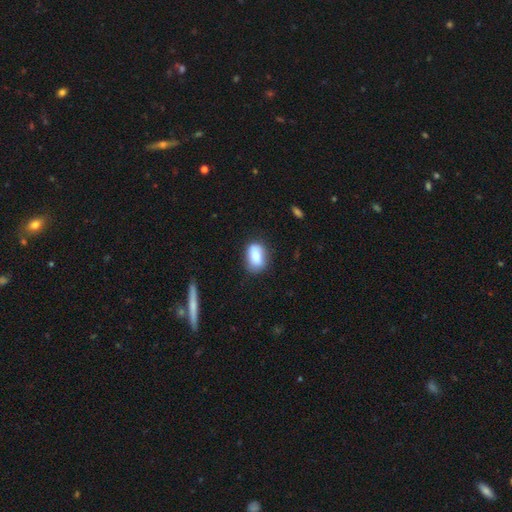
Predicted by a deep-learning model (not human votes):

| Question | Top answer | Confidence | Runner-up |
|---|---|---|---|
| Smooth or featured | smooth | 76% | featured or disk (16%) |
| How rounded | in between | 76% | round (22%) |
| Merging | none | 74% | minor disturbance (19%) |